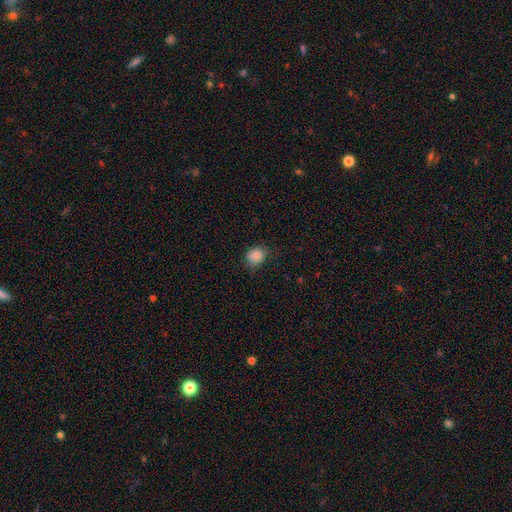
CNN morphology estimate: Smooth or featured?
  - smooth: 85% *
  - star or artifact: 10%
  - featured or disk: 5%
How rounded?
  - round: 56% *
  - in between: 44%
  - cigar-shaped: 1%
Merging?
  - none: 70% *
  - minor disturbance: 23%
  - major disturbance: 6%
  - merger: 1%